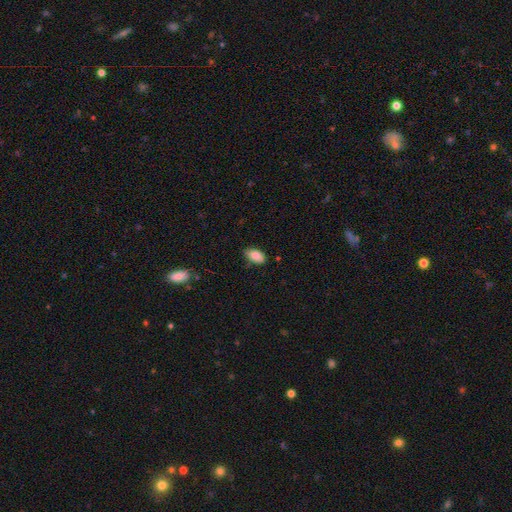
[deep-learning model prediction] The model was most divided on "merging": none: 74%, minor disturbance: 21%, major disturbance: 3%, merger: 1%. More confident: how rounded — in between (93%); smooth or featured — smooth (88%).